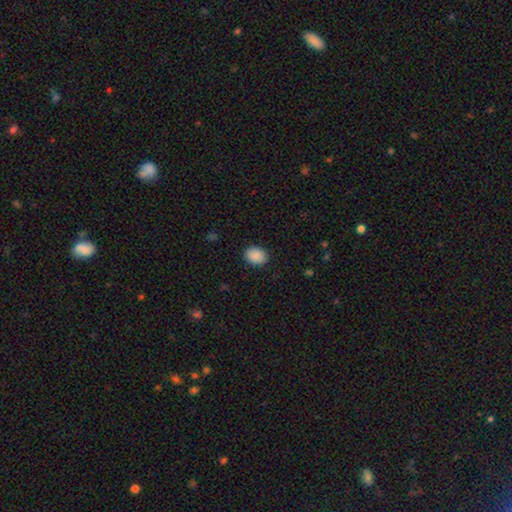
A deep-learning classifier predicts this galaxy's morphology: Q: Smooth or featured?
A: smooth (90%); runner-up: star or artifact (7%)
Q: How rounded?
A: in between (53%); runner-up: round (47%)
Q: Merging?
A: none (88%); runner-up: minor disturbance (9%)